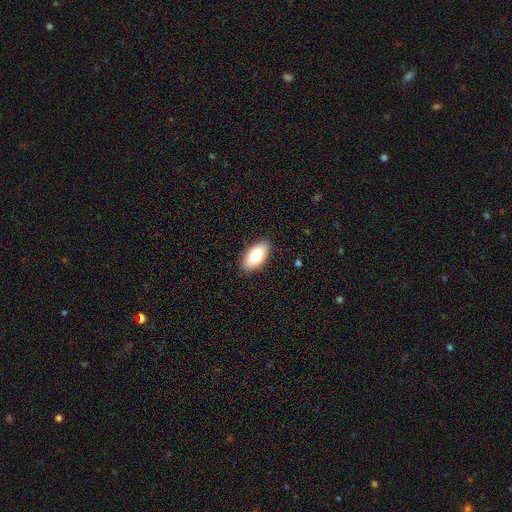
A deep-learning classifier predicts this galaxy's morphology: Q: Smooth or featured?
A: smooth (80%); runner-up: featured or disk (13%)
Q: How rounded?
A: in between (93%); runner-up: cigar-shaped (4%)
Q: Merging?
A: none (88%); runner-up: minor disturbance (9%)